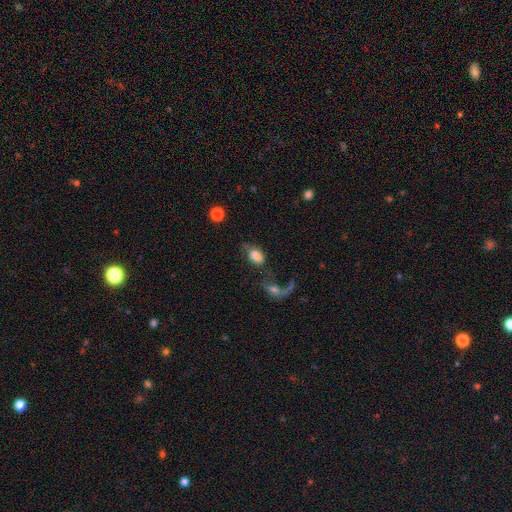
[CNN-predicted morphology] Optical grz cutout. It shows a smooth galaxy with no disk features (72%) that is in between round and cigar-shaped (87%). Merging: none (33%).